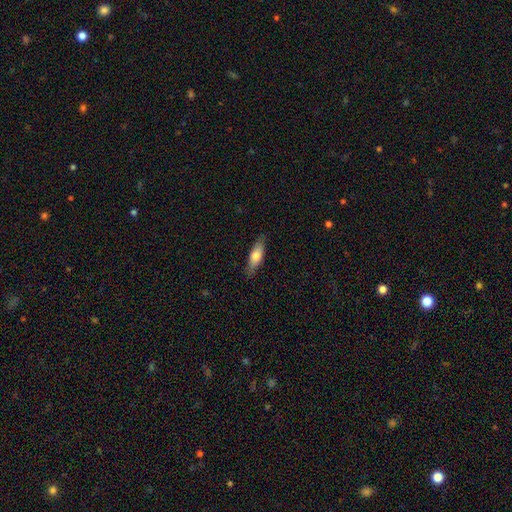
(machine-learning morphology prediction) The model was most divided on "how rounded": cigar-shaped: 49%, in between: 48%, round: 2%. More confident: merging — none (85%); smooth or featured — smooth (67%).